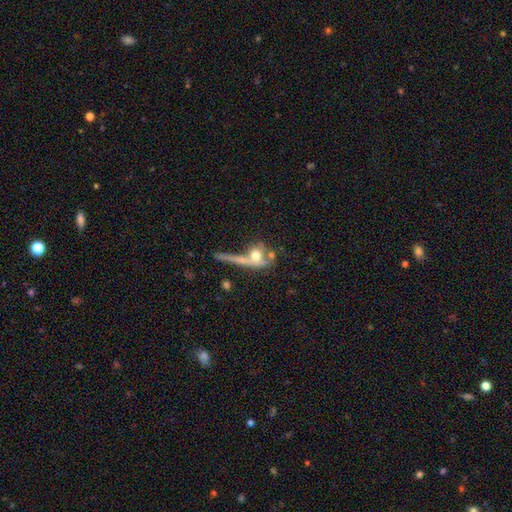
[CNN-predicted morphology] smooth-or-featured: smooth: 53% | featured or disk: 35% | star or artifact: 11%
  how-rounded: round: 55% | in between: 27% | cigar-shaped: 18%
  merging: merger: 36% | none: 32% | major disturbance: 19% | minor disturbance: 13%